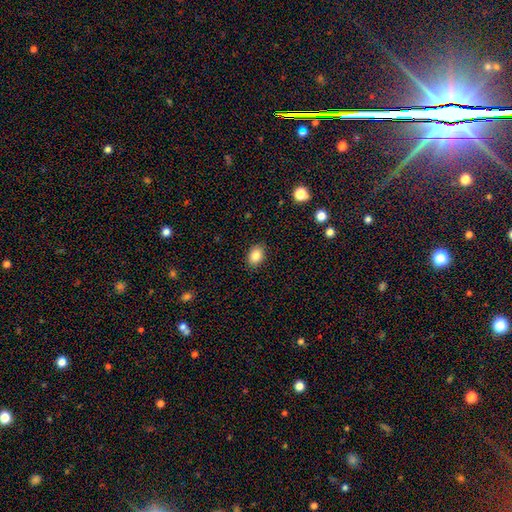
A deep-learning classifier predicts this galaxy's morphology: Smooth or featured? smooth (85%)
How rounded? in between (72%)
Merging? none (88%)